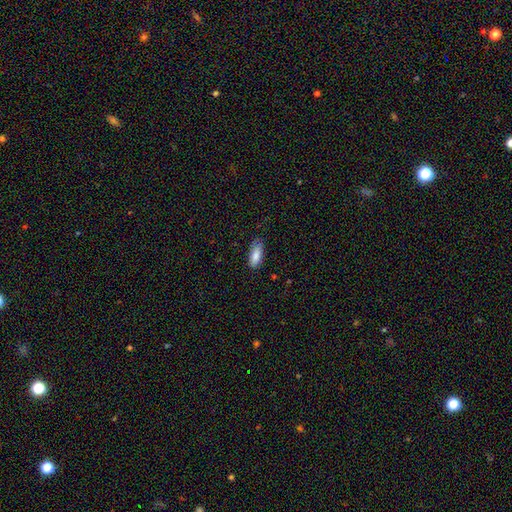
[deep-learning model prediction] Smooth or featured?
  - smooth: 82% *
  - featured or disk: 11%
  - star or artifact: 7%
How rounded?
  - in between: 79% *
  - cigar-shaped: 19%
  - round: 2%
Merging?
  - none: 73% *
  - minor disturbance: 22%
  - major disturbance: 4%
  - merger: 1%